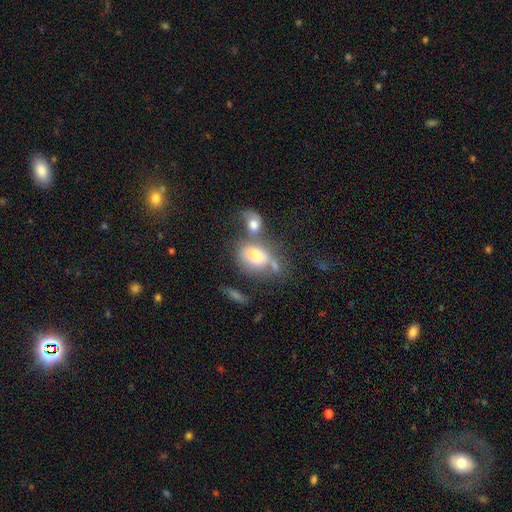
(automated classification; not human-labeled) smooth_or_featured: smooth (p=0.63) [alt: featured or disk p=0.25]
how_rounded: in between (p=0.64) [alt: round p=0.34]
merging: merger (p=0.48) [alt: none p=0.25]